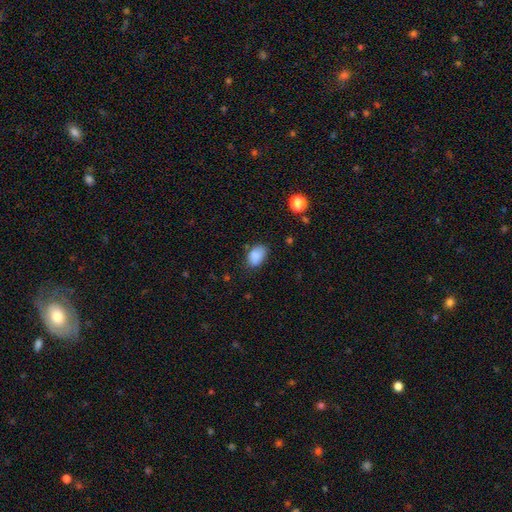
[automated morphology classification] This is clearly a smooth galaxy (86%). How rounded: clearly in between (84%). Merging: likely none (70%).